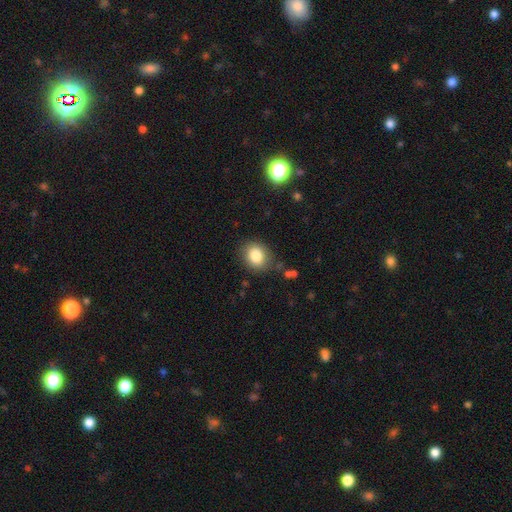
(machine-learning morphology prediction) smooth_or_featured: smooth (p=0.84) [alt: star or artifact p=0.09]
how_rounded: round (p=0.59) [alt: in between p=0.40]
merging: none (p=0.81) [alt: minor disturbance p=0.13]